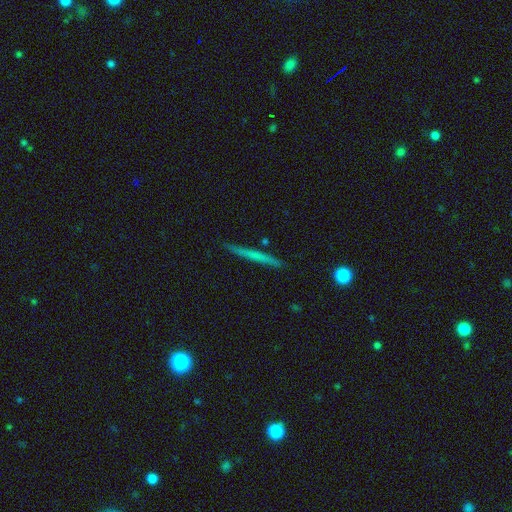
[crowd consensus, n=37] smooth-or-featured: smooth: 65% | featured or disk: 35% | star or artifact: 0%
  how-rounded: cigar-shaped: 96% | in between: 4% | round: 0%
  merging: none: 89% | minor disturbance: 8% | major disturbance: 3% | merger: 0%